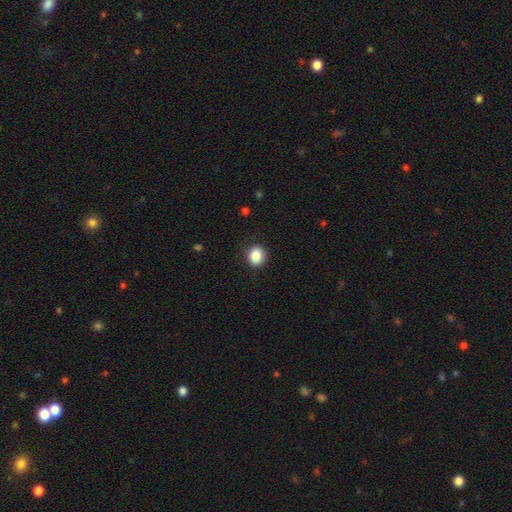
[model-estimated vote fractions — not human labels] This appears to be a smooth galaxy with no disk features (88%) that is round (81%). Merging: none (87%).